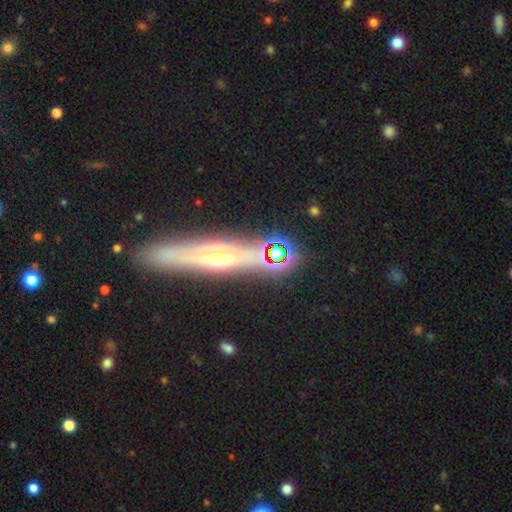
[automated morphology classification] A featured or disk galaxy (42%).

Vote fractions:
- Smooth or featured? featured or disk: 42% / smooth: 31% / star or artifact: 27%
- Merging? none: 80% / minor disturbance: 11% / major disturbance: 5% / merger: 5%